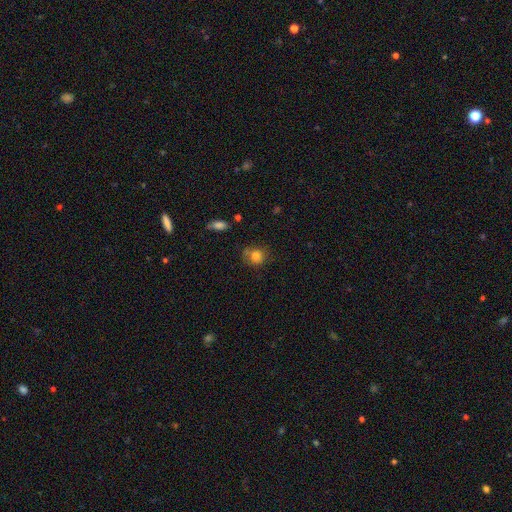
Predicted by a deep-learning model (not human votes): smooth 80%, star or artifact 11%, featured or disk 9%. Down the decision tree: how rounded — round (76%); merging — none (63%).